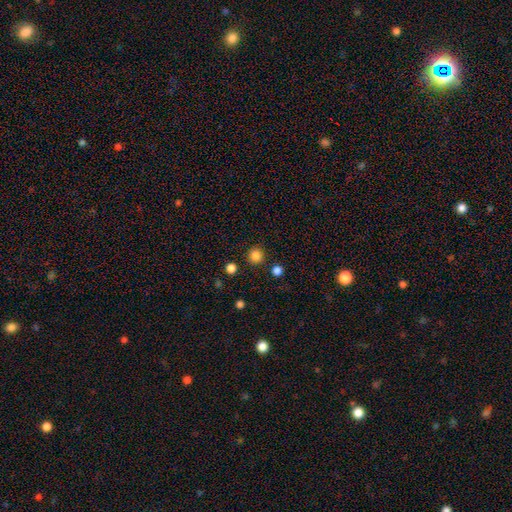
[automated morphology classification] type=smooth (84%); roundness=round (94%); merging=none (90%).